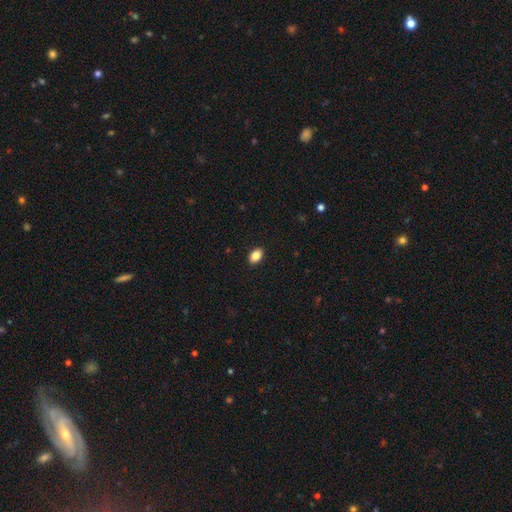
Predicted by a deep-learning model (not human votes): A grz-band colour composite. It shows a smooth galaxy with no disk features (86%) that is in between round and cigar-shaped (84%). Merging: none (91%).